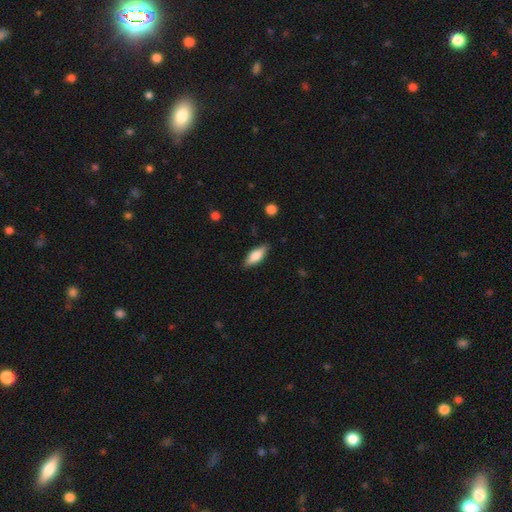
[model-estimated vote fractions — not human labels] A smooth galaxy with no disk features (64%) that is in between round and cigar-shaped (65%). Merging: none (86%).